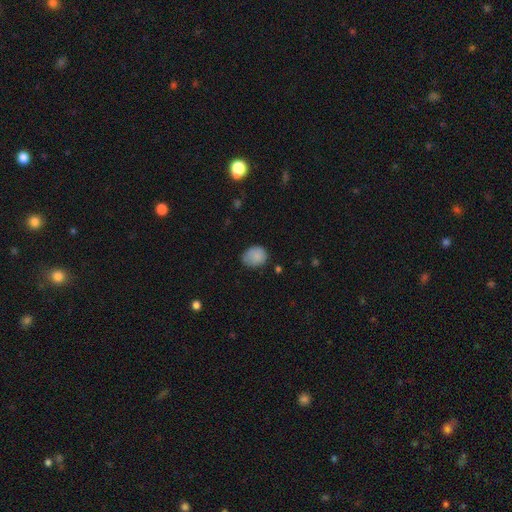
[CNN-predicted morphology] Overall: smooth (84%). How rounded: round (54%; in between 45%). Merging: none (63%; minor disturbance 29%).